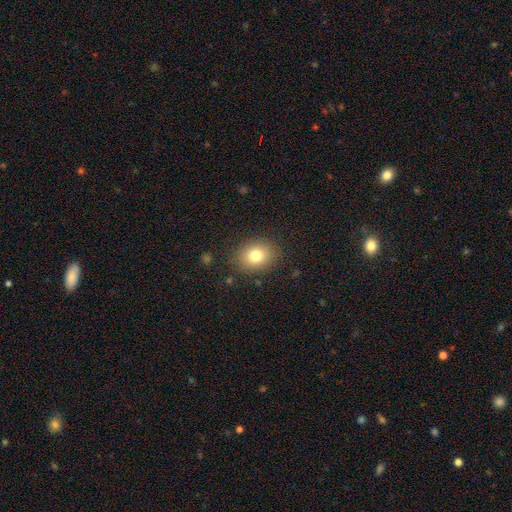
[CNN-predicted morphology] The model was most divided on "how rounded": round: 54%, in between: 45%, cigar-shaped: 1%. More confident: merging — none (85%); smooth or featured — smooth (79%).